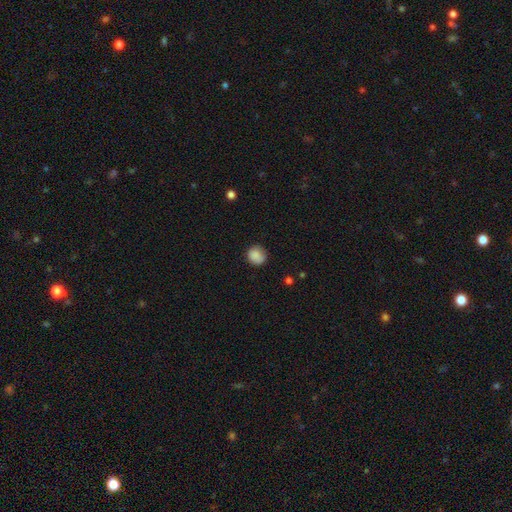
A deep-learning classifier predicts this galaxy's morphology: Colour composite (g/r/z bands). It shows a smooth galaxy with no disk features (86%) that is round (82%). Merging: none (77%).